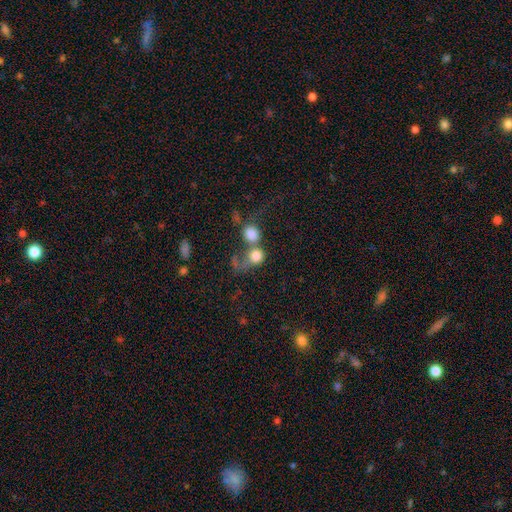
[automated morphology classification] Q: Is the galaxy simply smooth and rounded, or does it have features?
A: smooth — 76%.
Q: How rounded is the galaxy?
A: round — 76%.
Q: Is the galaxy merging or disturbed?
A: merger — 59%.